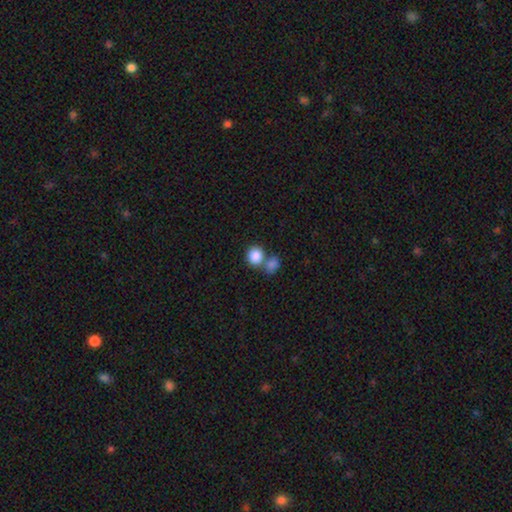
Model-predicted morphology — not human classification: The model was most divided on "merging": none: 47%, merger: 42%, minor disturbance: 8%, major disturbance: 3%. More confident: smooth or featured — smooth (86%); how rounded — round (81%).